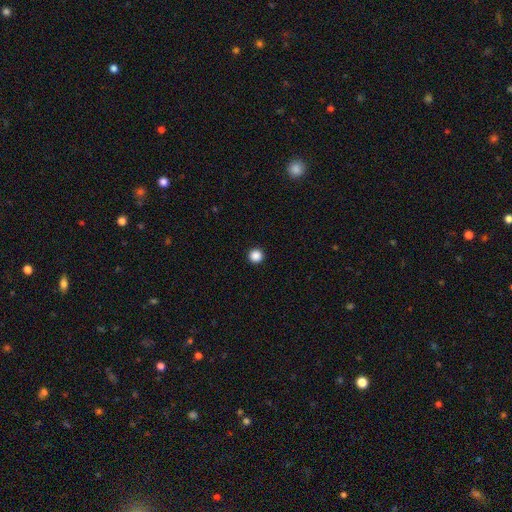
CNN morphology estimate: smooth_or_featured: smooth (p=0.87) [alt: star or artifact p=0.10]
how_rounded: round (p=0.97) [alt: in between p=0.02]
merging: none (p=0.94) [alt: minor disturbance p=0.04]